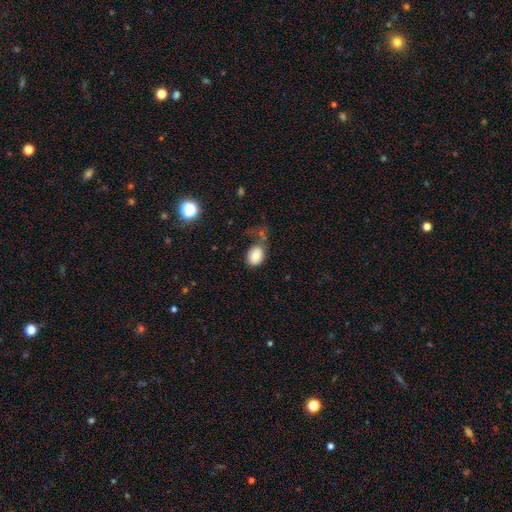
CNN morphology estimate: A smooth galaxy with no disk features (83%) that is in between round and cigar-shaped (61%).

Vote fractions:
- Smooth or featured? smooth: 83% / star or artifact: 9% / featured or disk: 8%
- How rounded? in between: 61% / round: 38% / cigar-shaped: 1%
- Merging? none: 48% / minor disturbance: 22% / major disturbance: 17% / merger: 13%